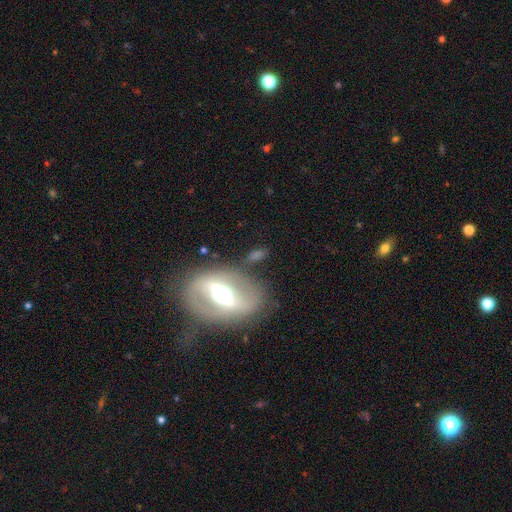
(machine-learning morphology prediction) A featured or disk galaxy (70%) with a strong bar (52%), spiral arms (51%) and a moderate central bulge (62%).

Vote fractions:
- Smooth or featured? featured or disk: 70% / smooth: 21% / star or artifact: 9%
- Edge-on disk? no: 83% / yes: 17%
- Bar? strong: 52% / weak: 29% / no: 20%
- Spiral arms? yes: 51% / no: 49%
- Bulge size? moderate: 62% / large: 23% / small: 9% / dominant: 4% / none: 2%
- Merging? none: 65% / minor disturbance: 17% / major disturbance: 10% / merger: 8%